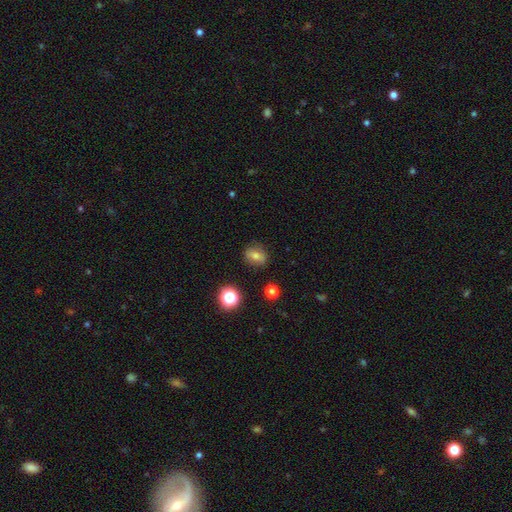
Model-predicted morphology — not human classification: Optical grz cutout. It shows a smooth galaxy with no disk features (67%) that is round (49%, tied with in between). Merging: none (84%).